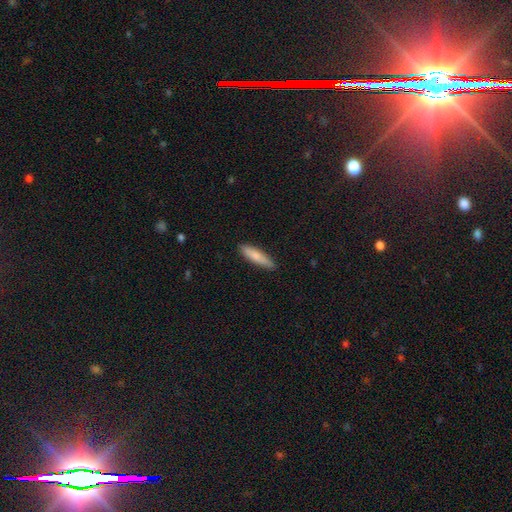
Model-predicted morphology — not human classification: Smooth or featured? Predicted: smooth (p=0.79). How rounded? Predicted: cigar-shaped (p=0.75). Merging? Predicted: none (p=0.88).